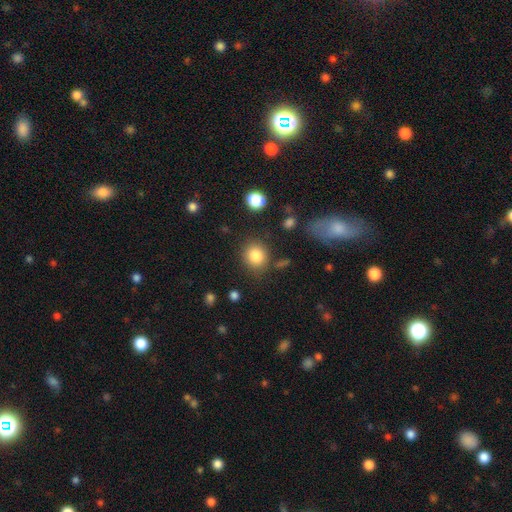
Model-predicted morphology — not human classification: Smooth or featured?
  - smooth: 84% *
  - star or artifact: 10%
  - featured or disk: 6%
How rounded?
  - round: 77% *
  - in between: 22%
  - cigar-shaped: 1%
Merging?
  - none: 80% *
  - minor disturbance: 12%
  - major disturbance: 4%
  - merger: 4%